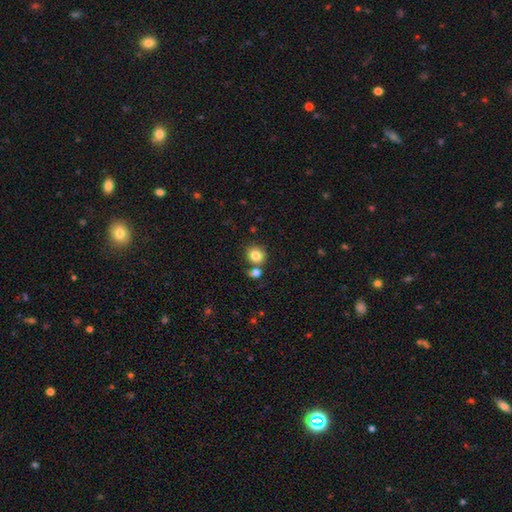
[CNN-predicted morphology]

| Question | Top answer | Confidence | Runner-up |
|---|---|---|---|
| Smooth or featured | smooth | 82% | star or artifact (10%) |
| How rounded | round | 79% | in between (20%) |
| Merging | none | 63% | merger (22%) |